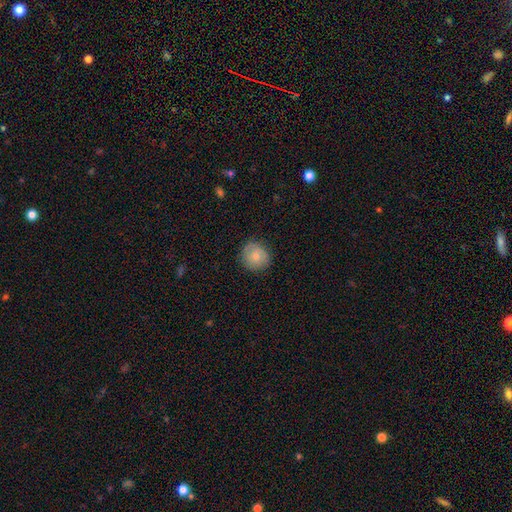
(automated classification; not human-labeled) A smooth galaxy with no disk features (79%) that is round (89%).

Vote fractions:
- Smooth or featured? smooth: 79% / featured or disk: 13% / star or artifact: 7%
- How rounded? round: 89% / in between: 10% / cigar-shaped: 1%
- Merging? none: 82% / minor disturbance: 14% / major disturbance: 3% / merger: 1%